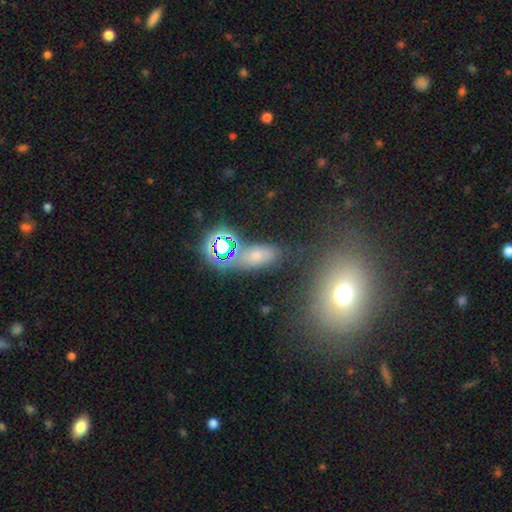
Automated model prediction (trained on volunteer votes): A smooth galaxy with no disk features (47%).

Vote fractions:
- Smooth or featured? smooth: 47% / star or artifact: 37% / featured or disk: 17%
- Merging? none: 65% / minor disturbance: 16% / merger: 11% / major disturbance: 8%